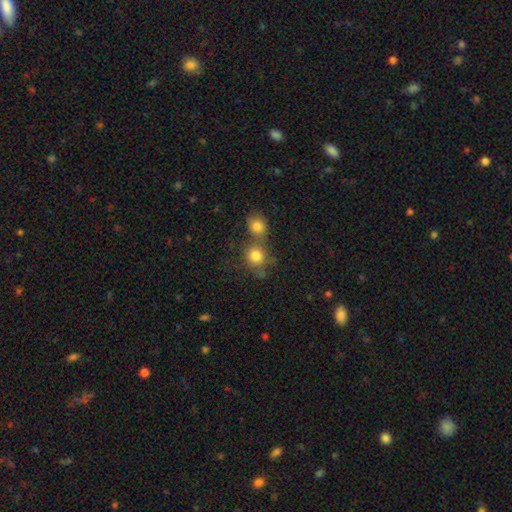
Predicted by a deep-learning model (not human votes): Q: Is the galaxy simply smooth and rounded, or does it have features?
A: smooth — 80%.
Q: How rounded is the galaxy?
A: round — 83%.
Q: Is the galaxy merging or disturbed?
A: none — 45%.